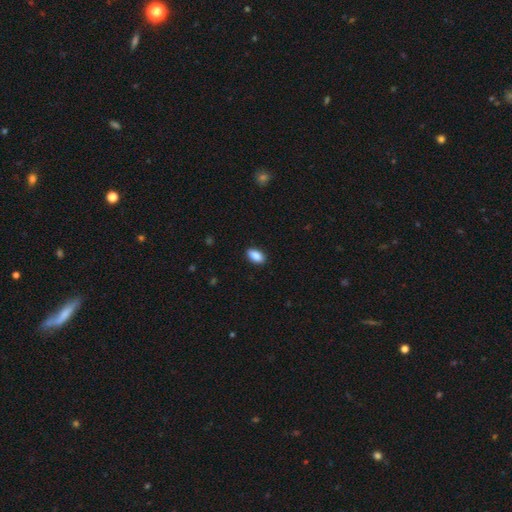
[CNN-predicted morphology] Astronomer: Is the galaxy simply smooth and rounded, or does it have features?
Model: smooth — 89%.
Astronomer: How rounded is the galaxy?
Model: in between — 92%.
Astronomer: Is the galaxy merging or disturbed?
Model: none — 89%.